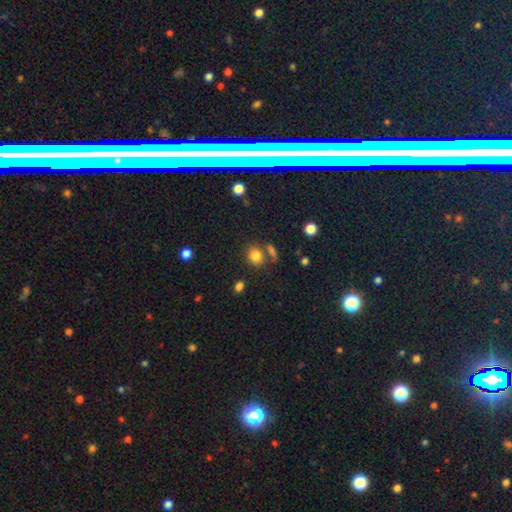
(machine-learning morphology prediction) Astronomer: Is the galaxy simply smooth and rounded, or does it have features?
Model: smooth — 81%.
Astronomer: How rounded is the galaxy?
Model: round — 66%.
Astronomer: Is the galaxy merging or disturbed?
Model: none — 66%.